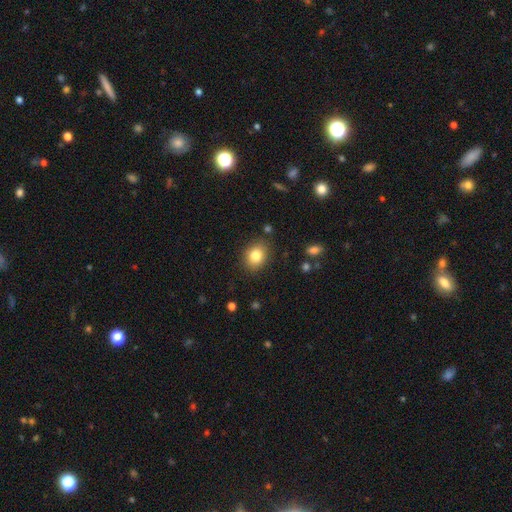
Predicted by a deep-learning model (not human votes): A smooth galaxy with no disk features (82%) that is in between round and cigar-shaped (52%). Merging: none (85%).